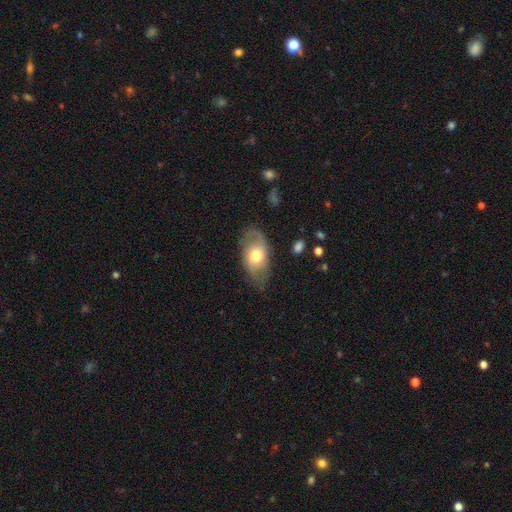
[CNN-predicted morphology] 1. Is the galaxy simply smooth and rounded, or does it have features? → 51% featured or disk, 42% smooth, 7% star or artifact.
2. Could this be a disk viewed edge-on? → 91% no, 9% yes.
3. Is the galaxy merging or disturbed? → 69% none, 22% minor disturbance, 7% major disturbance, 1% merger.